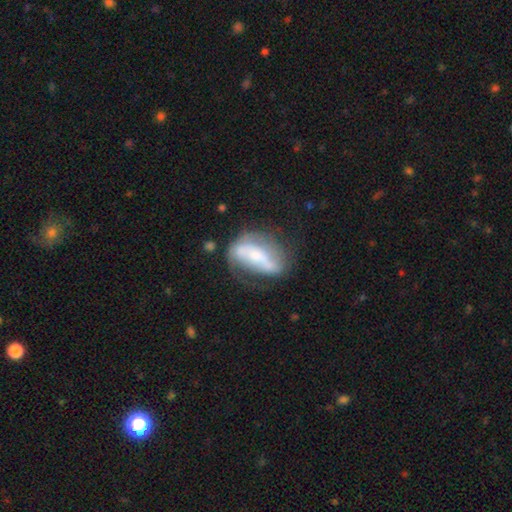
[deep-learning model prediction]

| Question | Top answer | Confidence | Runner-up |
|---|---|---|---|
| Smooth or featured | featured or disk | 58% | smooth (35%) |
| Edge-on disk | no | 85% | yes (15%) |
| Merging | none | 46% | minor disturbance (27%) |